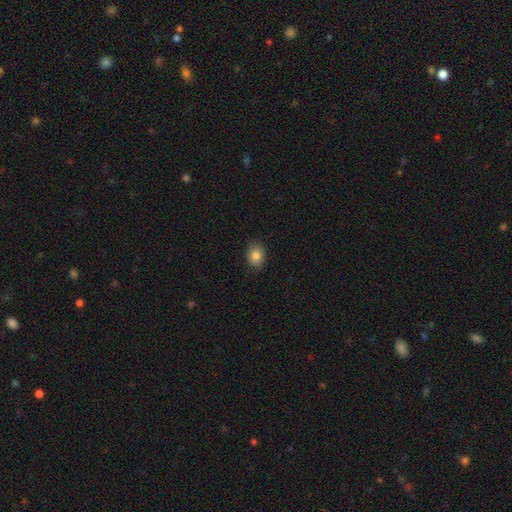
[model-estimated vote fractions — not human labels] A smooth galaxy with no disk features (84%) that is in between round and cigar-shaped (55%).

Vote fractions:
- Smooth or featured? smooth: 84% / star or artifact: 9% / featured or disk: 7%
- How rounded? in between: 55% / round: 45% / cigar-shaped: 1%
- Merging? none: 83% / minor disturbance: 13% / major disturbance: 3% / merger: 1%